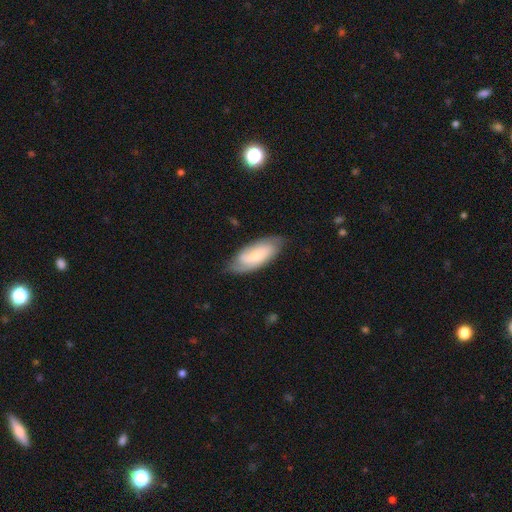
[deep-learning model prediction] Q: Smooth or featured?
A: featured or disk (54%); runner-up: smooth (41%)
Q: Edge-on disk?
A: no (89%); runner-up: yes (11%)
Q: Merging?
A: none (74%); runner-up: minor disturbance (20%)